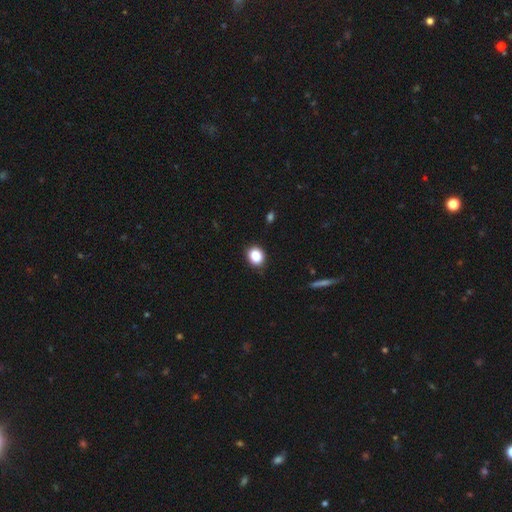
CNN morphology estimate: This appears to be a smooth galaxy with no disk features (86%) that is round (57%). Merging: none (87%).